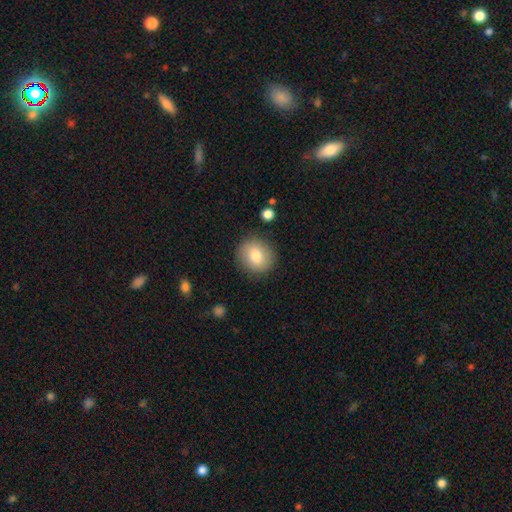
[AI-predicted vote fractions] Q: Smooth or featured?
A: smooth (79%); runner-up: featured or disk (12%)
Q: How rounded?
A: round (83%); runner-up: in between (16%)
Q: Merging?
A: none (87%); runner-up: minor disturbance (9%)